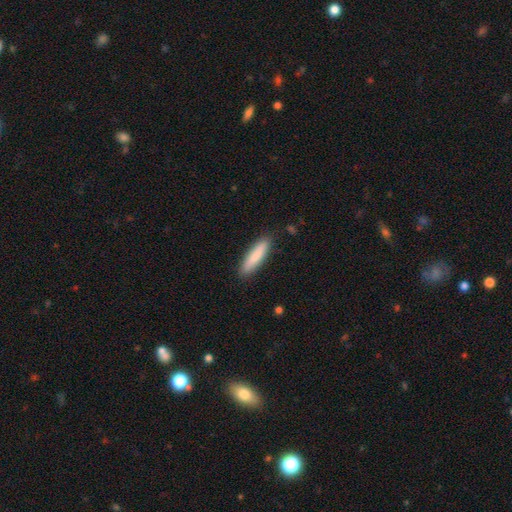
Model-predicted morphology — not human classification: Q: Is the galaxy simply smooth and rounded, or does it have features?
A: smooth — 84%.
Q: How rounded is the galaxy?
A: cigar-shaped — 78%.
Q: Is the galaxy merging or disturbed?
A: none — 88%.